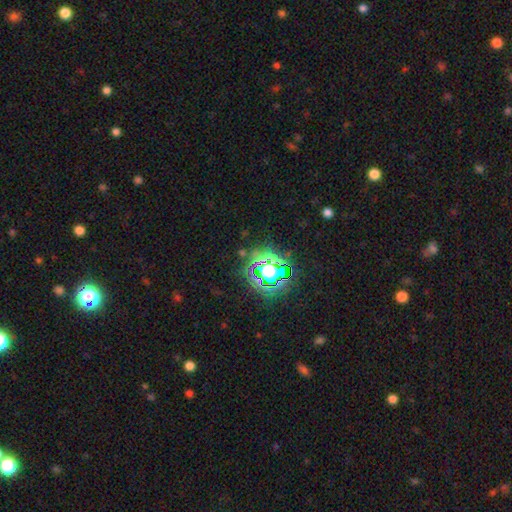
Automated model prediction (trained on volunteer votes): Smooth or featured? star or artifact (78%)